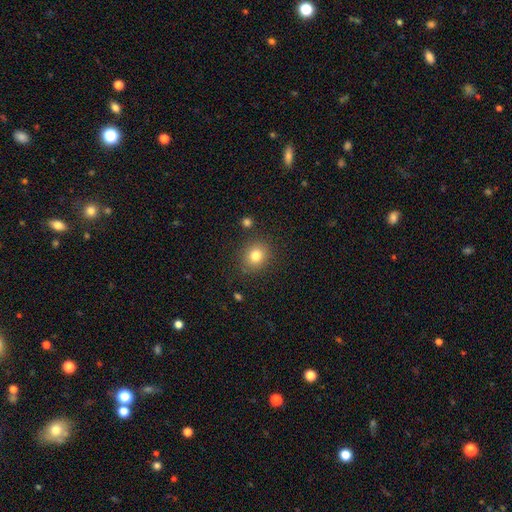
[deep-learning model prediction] The model was most divided on "how rounded": round: 79%, in between: 20%, cigar-shaped: 1%. More confident: merging — none (85%); smooth or featured — smooth (80%).